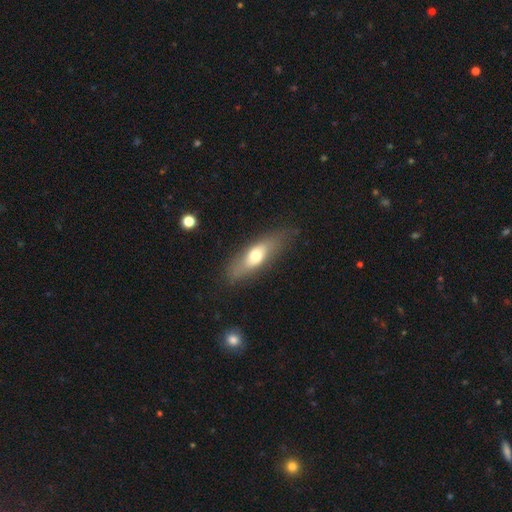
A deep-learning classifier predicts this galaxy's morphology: A smooth galaxy with no disk features (57%) that is in between round and cigar-shaped (58%).

Vote fractions:
- Smooth or featured? smooth: 57% / featured or disk: 37% / star or artifact: 7%
- How rounded? in between: 58% / cigar-shaped: 38% / round: 4%
- Merging? none: 73% / minor disturbance: 18% / major disturbance: 7% / merger: 2%